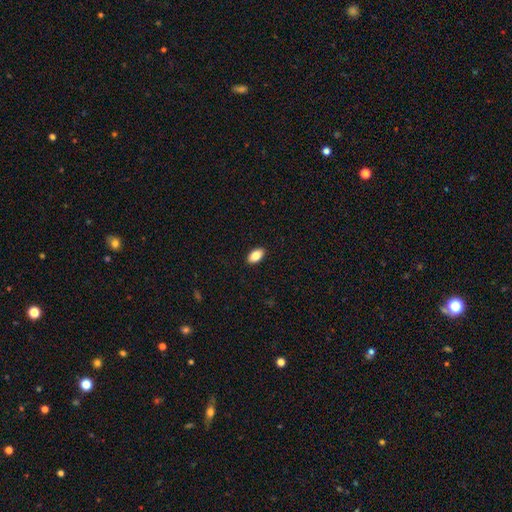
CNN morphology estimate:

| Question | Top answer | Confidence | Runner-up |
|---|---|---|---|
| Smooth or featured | smooth | 85% | featured or disk (8%) |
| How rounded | in between | 93% | round (4%) |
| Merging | none | 90% | minor disturbance (7%) |